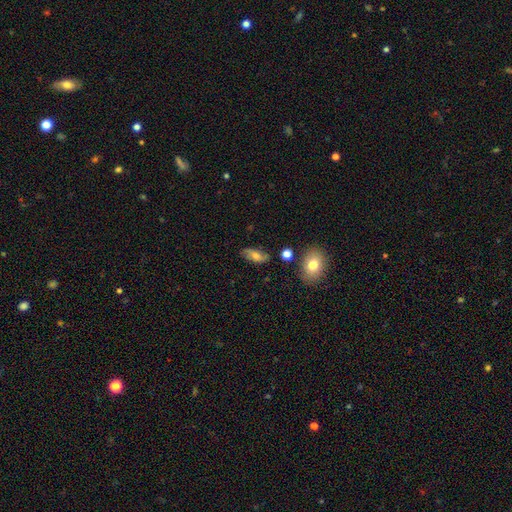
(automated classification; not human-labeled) smooth-or-featured: smooth: 46% | featured or disk: 44% | star or artifact: 10%
  merging: none: 75% | minor disturbance: 17% | major disturbance: 5% | merger: 3%